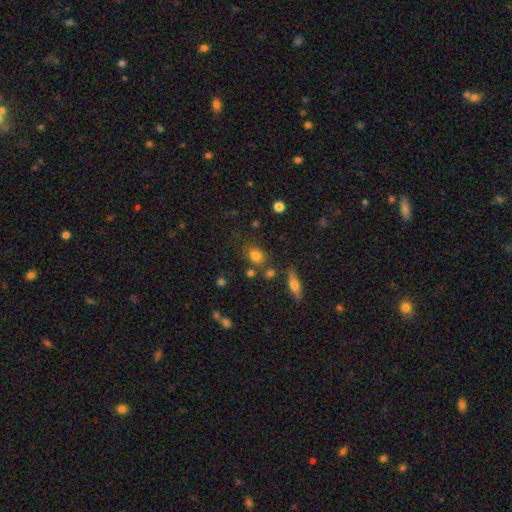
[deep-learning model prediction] Smooth or featured: smooth — 78% (star or artifact — 12%)
How rounded: round — 53% (in between — 45%)
Merging: none — 72% (minor disturbance — 14%)